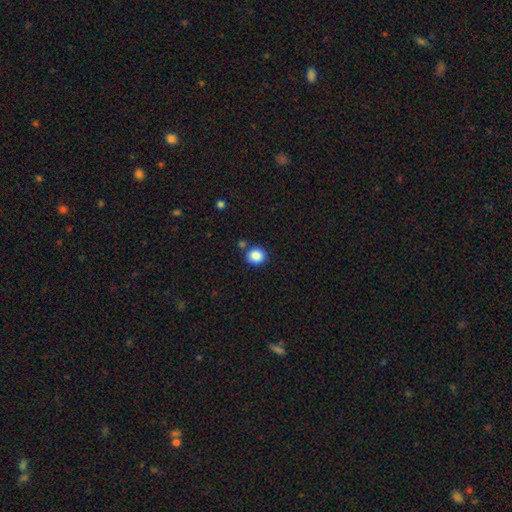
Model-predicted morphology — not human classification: A smooth galaxy with no disk features (87%) that is round (88%). Merging: none (81%).